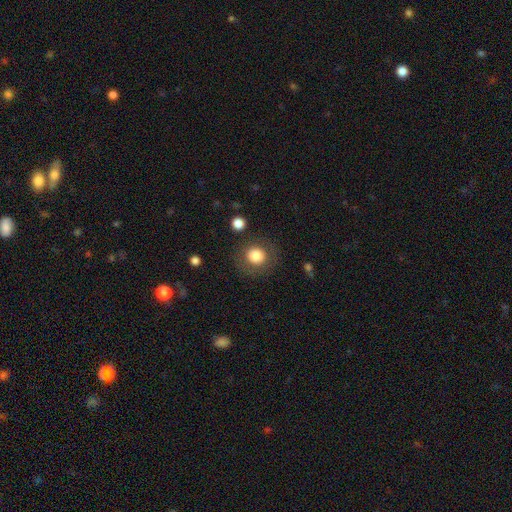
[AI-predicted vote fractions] Smooth or featured: smooth — 80% (featured or disk — 11%)
How rounded: round — 89% (in between — 10%)
Merging: none — 83% (minor disturbance — 9%)